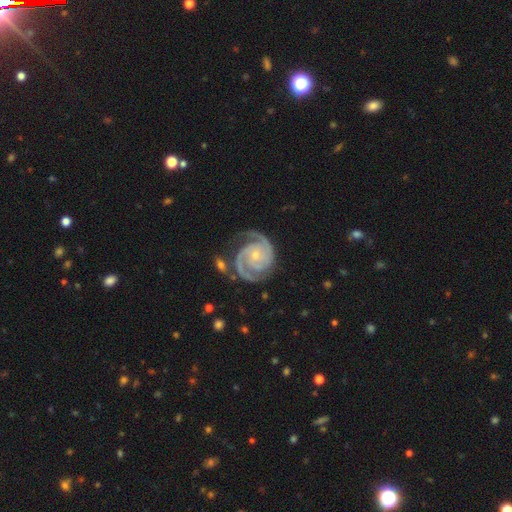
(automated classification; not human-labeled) Smooth or featured? featured or disk (93%)
Edge-on disk? no (98%)
Bar? no (70%)
Spiral arms? yes (99%)
Spiral winding? tight (60%)
Spiral arm count? 2 (82%)
Bulge size? small (71%)
Merging? none (75%)